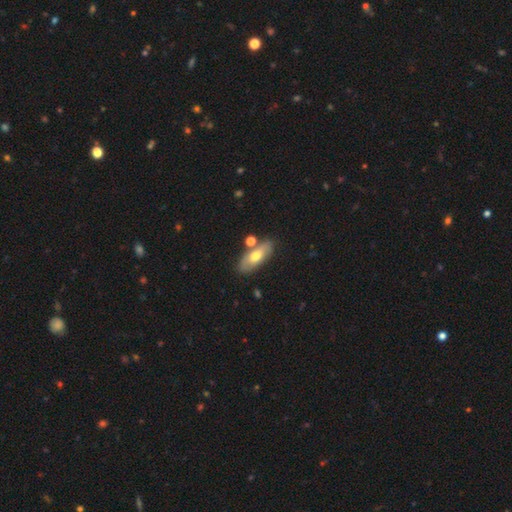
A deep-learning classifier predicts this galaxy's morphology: Smooth or featured? Predicted: smooth (p=0.59). How rounded? Predicted: in between (p=0.76). Merging? Predicted: none (p=0.74).